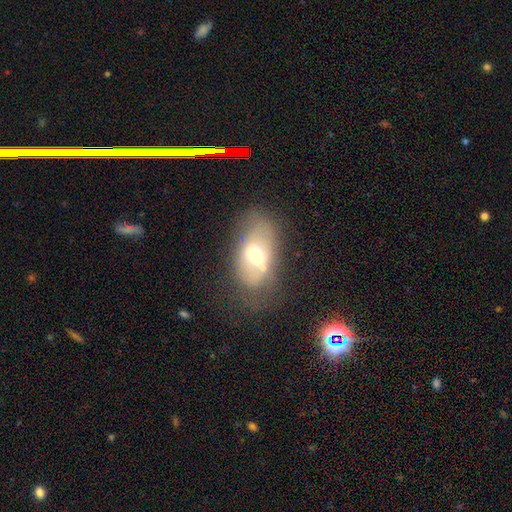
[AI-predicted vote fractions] A smooth galaxy with no disk features (55%) that is in between round and cigar-shaped (86%). Merging: none (56%).